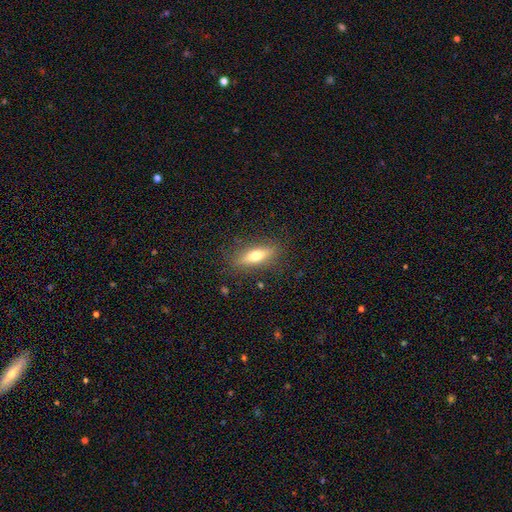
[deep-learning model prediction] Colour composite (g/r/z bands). It shows a smooth galaxy with no disk features (57%) that is cigar-shaped (52%). Merging: none (84%).